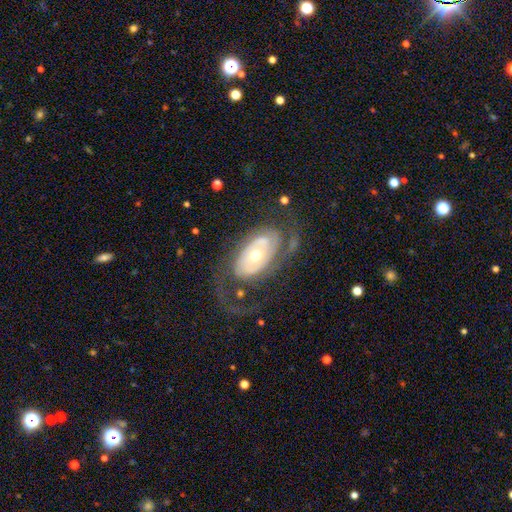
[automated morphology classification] Overall: featured or disk (81%). Edge-on disk: no (94%). Bar: no (72%). Spiral arms: yes (80%). Spiral arm count: 2 (67%). Spiral winding: tight (38%; medium 36%). Bulge size: moderate (60%; small 32%). Merging: none (59%; major disturbance 25%).